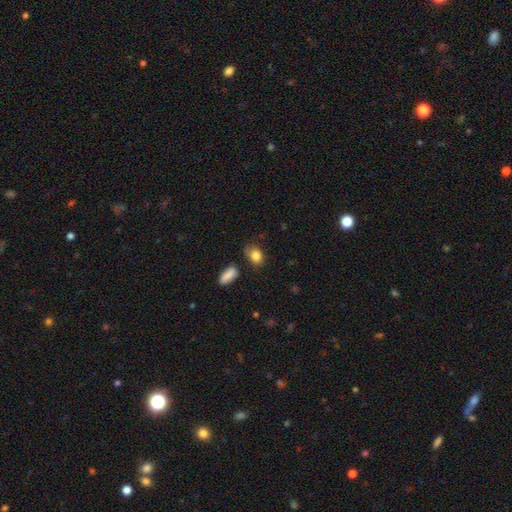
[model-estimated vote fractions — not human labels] This is clearly a smooth galaxy (84%). How rounded: likely in between (68%). Merging: likely none (64%).